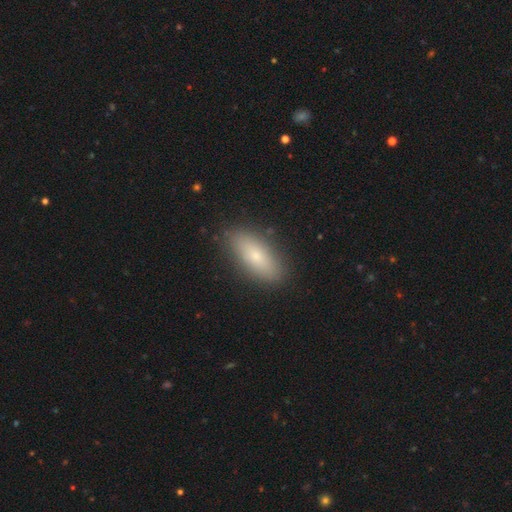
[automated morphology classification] A smooth galaxy with no disk features (73%) that is in between round and cigar-shaped (73%).

Vote fractions:
- Smooth or featured? smooth: 73% / featured or disk: 19% / star or artifact: 8%
- How rounded? in between: 73% / cigar-shaped: 24% / round: 3%
- Merging? none: 87% / minor disturbance: 9% / major disturbance: 2% / merger: 1%